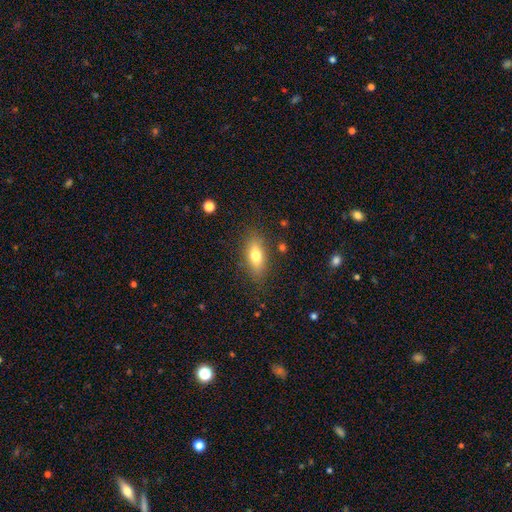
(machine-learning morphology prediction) smooth-or-featured: smooth: 72% | featured or disk: 19% | star or artifact: 8%
  how-rounded: in between: 74% | cigar-shaped: 22% | round: 5%
  merging: none: 82% | minor disturbance: 13% | major disturbance: 4% | merger: 2%